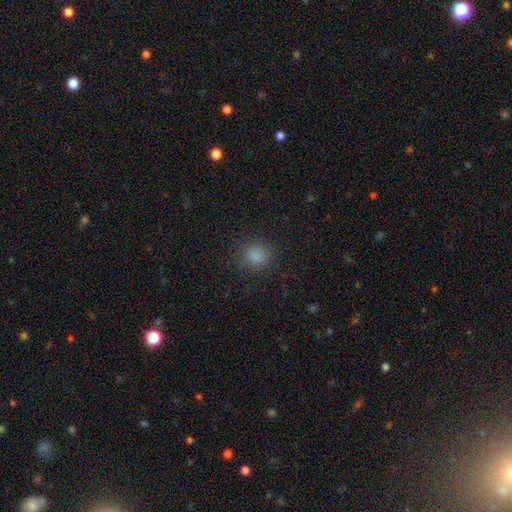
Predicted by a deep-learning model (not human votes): smooth-or-featured: smooth: 84% | star or artifact: 13% | featured or disk: 4%
  how-rounded: round: 88% | in between: 11% | cigar-shaped: 1%
  merging: none: 87% | minor disturbance: 8% | major disturbance: 3% | merger: 1%